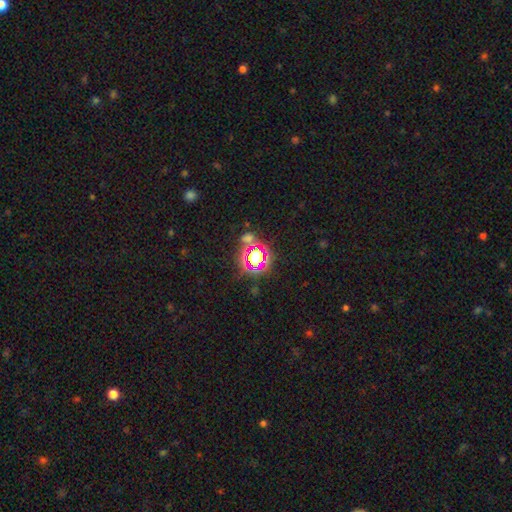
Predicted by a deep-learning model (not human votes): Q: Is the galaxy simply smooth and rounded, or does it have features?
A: star or artifact — 66%.